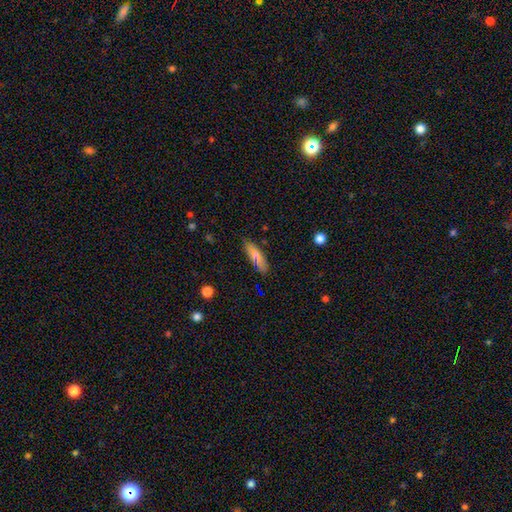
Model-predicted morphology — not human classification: A smooth galaxy with no disk features (71%) that is in between round and cigar-shaped (55%). Merging: none (86%).